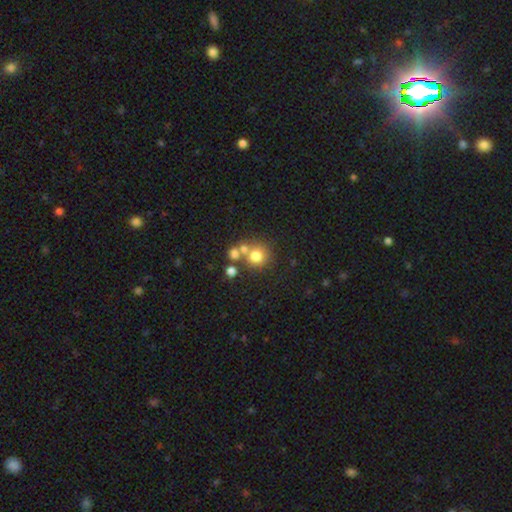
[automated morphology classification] type=smooth (72%); roundness=round (89%); merging=none (53%).